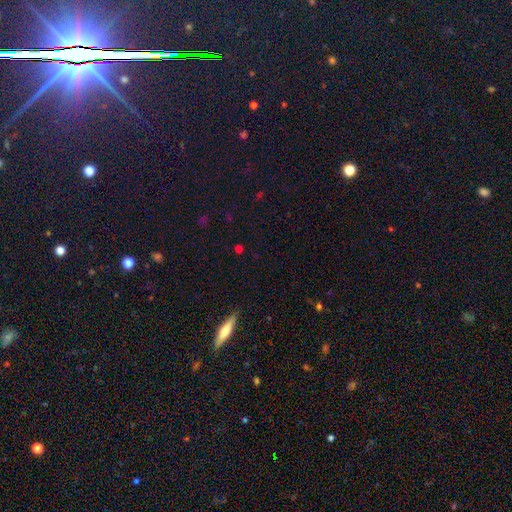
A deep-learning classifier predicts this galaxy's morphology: This is possibly a star or artifact rather than a galaxy (50%).